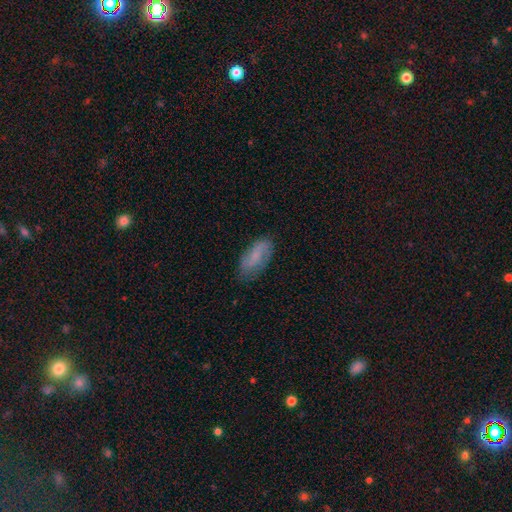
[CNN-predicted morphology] Smooth or featured?
  - smooth: 61% *
  - featured or disk: 31%
  - star or artifact: 8%
How rounded?
  - in between: 83% *
  - cigar-shaped: 14%
  - round: 3%
Merging?
  - none: 72% *
  - minor disturbance: 21%
  - major disturbance: 6%
  - merger: 2%